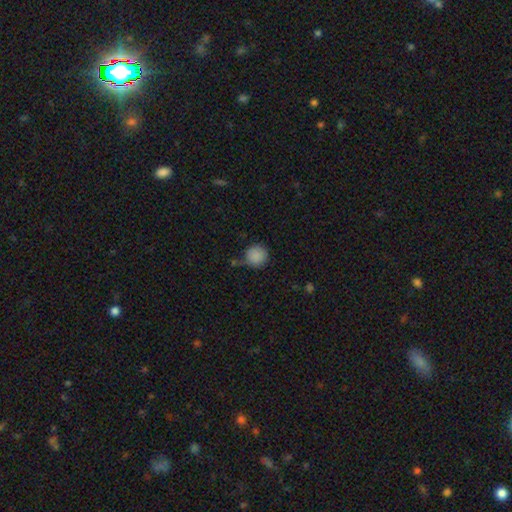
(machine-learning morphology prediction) A smooth galaxy with no disk features (87%) that is round (93%).

Vote fractions:
- Smooth or featured? smooth: 87% / star or artifact: 9% / featured or disk: 4%
- How rounded? round: 93% / in between: 6% / cigar-shaped: 1%
- Merging? none: 70% / minor disturbance: 17% / merger: 7% / major disturbance: 5%